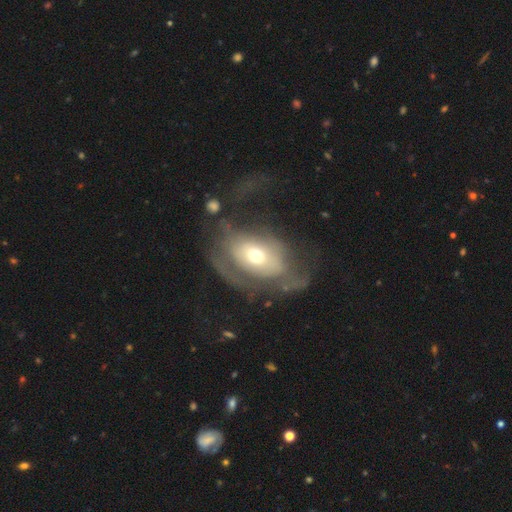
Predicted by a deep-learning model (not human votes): A featured or disk galaxy (55%) with no bar (79%), no spiral arms (61%) and a moderate central bulge (57%). Merging: major disturbance (52%).